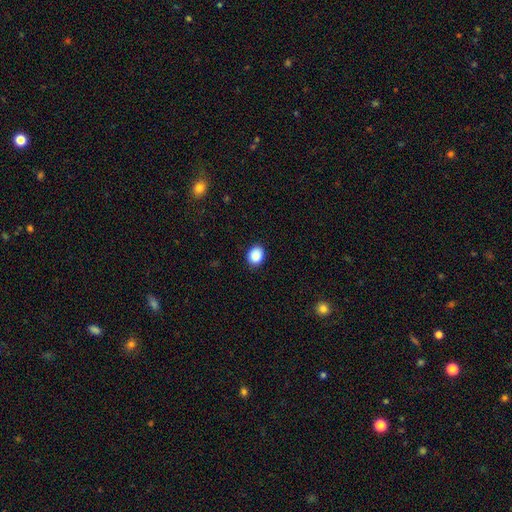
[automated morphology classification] A smooth galaxy with no disk features (88%) that is round (52%). Merging: none (90%).